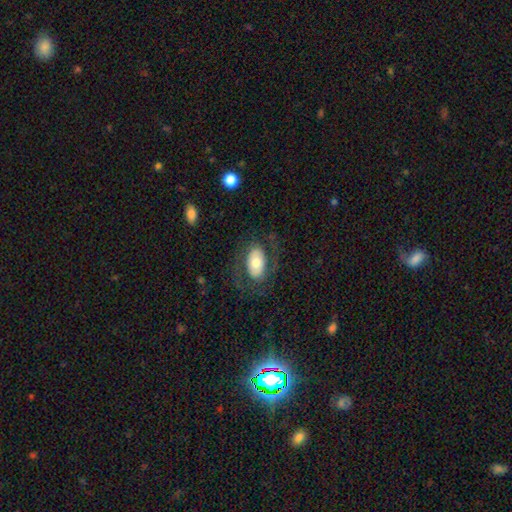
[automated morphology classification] A smooth galaxy with no disk features (49%).

Vote fractions:
- Smooth or featured? smooth: 49% / featured or disk: 41% / star or artifact: 10%
- Merging? none: 72% / minor disturbance: 13% / major disturbance: 13% / merger: 1%